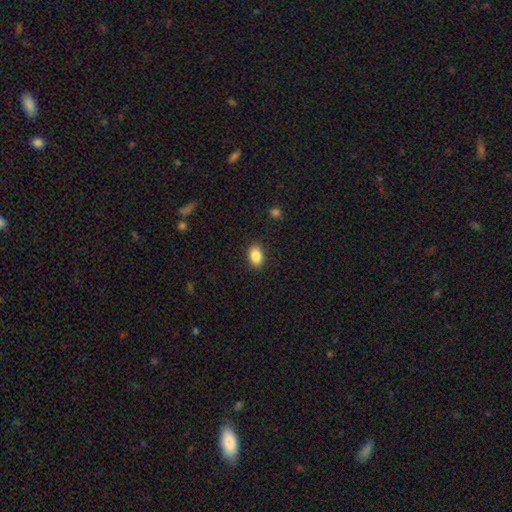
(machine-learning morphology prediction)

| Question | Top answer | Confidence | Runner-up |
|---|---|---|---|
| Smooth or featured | smooth | 86% | star or artifact (8%) |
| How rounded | in between | 85% | round (13%) |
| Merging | none | 89% | minor disturbance (8%) |